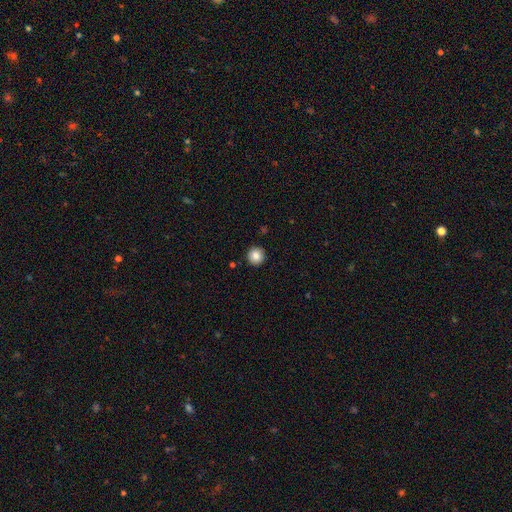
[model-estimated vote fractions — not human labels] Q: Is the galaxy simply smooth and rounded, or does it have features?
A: smooth — 87%.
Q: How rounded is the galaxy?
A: round — 94%.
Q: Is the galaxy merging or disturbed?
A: none — 92%.